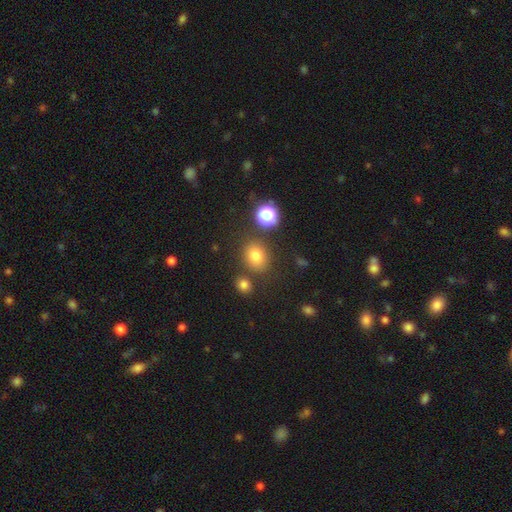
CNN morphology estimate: Smooth or featured? smooth (76%)
How rounded? round (61%)
Merging? none (78%)